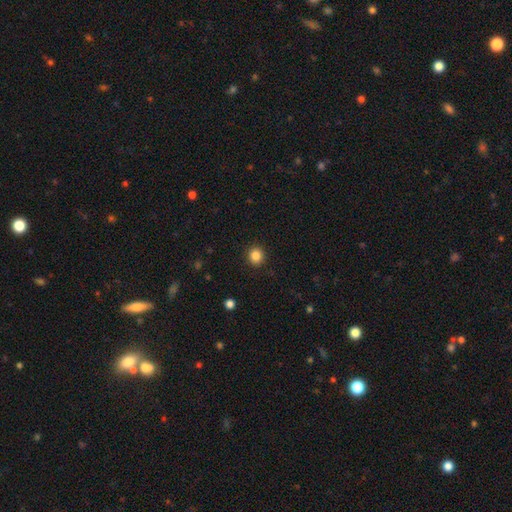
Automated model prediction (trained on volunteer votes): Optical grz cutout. It shows a smooth galaxy with no disk features (85%) that is round (88%). Merging: none (92%).